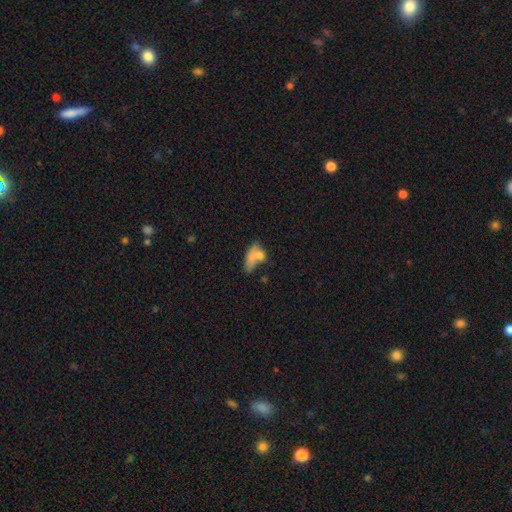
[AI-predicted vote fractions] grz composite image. It shows a smooth galaxy with no disk features (66%) that is in between round and cigar-shaped (71%). Merging: merger (43%).